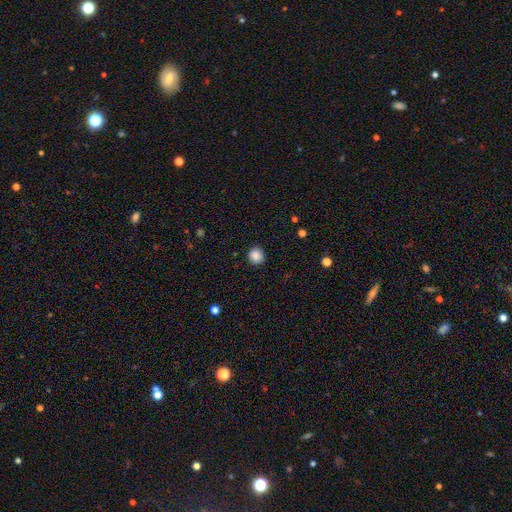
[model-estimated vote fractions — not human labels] smooth_or_featured: smooth (p=0.87) [alt: star or artifact p=0.10]
how_rounded: round (p=0.89) [alt: in between p=0.10]
merging: none (p=0.91) [alt: minor disturbance p=0.06]